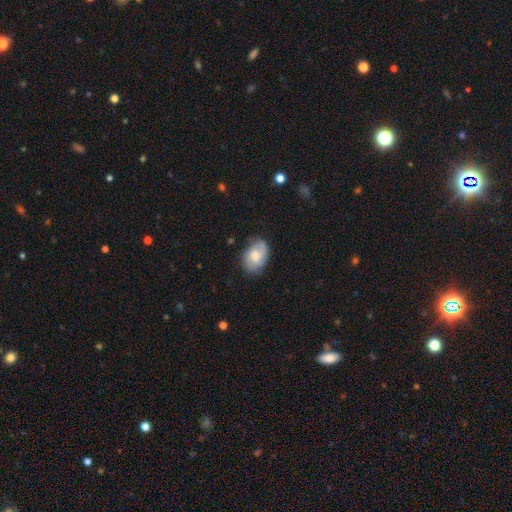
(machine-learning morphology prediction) Smooth or featured: smooth — 48% (featured or disk — 45%)
Merging: none — 68% (minor disturbance — 24%)